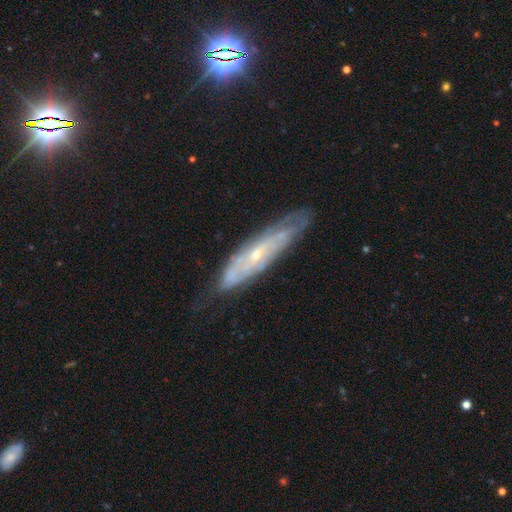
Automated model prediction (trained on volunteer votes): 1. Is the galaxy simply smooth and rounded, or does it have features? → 73% featured or disk, 20% smooth, 8% star or artifact.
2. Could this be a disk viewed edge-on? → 60% no, 40% yes.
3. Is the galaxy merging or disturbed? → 69% none, 23% minor disturbance, 6% major disturbance, 2% merger.